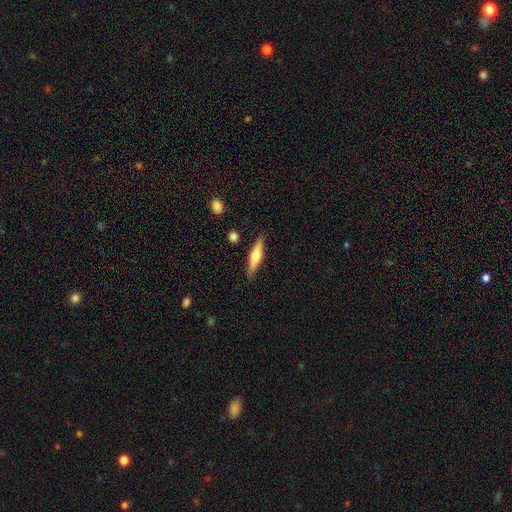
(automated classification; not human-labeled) A featured or disk galaxy (53%) viewed edge-on (95%) with a rounded central bulge (90%).

Vote fractions:
- Smooth or featured? featured or disk: 53% / smooth: 41% / star or artifact: 6%
- Edge-on disk? yes: 95% / no: 5%
- Edge-on bulge? rounded: 90% / boxy: 6% / none: 4%
- Merging? none: 87% / minor disturbance: 9% / merger: 2% / major disturbance: 2%